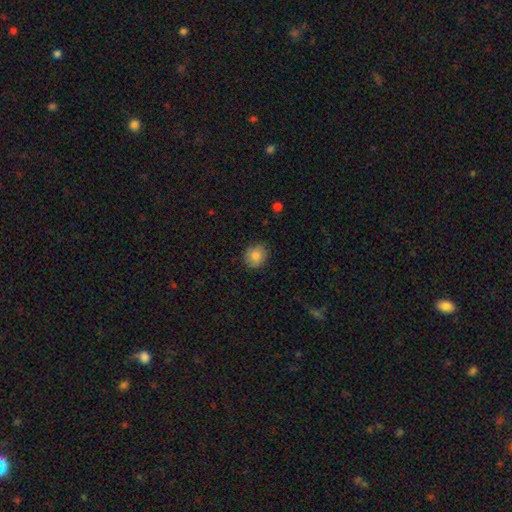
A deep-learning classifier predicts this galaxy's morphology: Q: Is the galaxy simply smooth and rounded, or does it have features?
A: smooth — 83%.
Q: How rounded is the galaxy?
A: round — 80%.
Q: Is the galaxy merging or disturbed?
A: none — 86%.